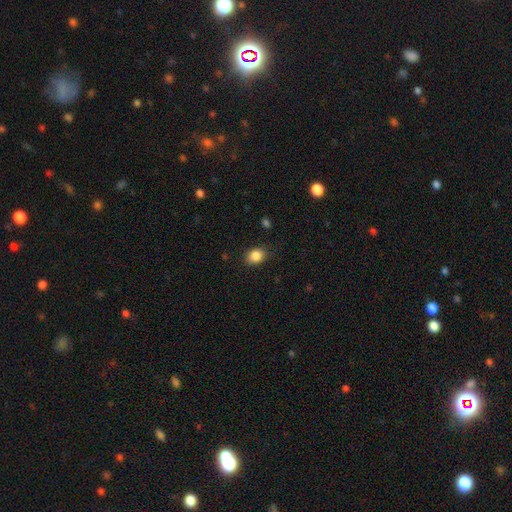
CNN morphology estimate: smooth_or_featured: smooth (p=0.86) [alt: star or artifact p=0.09]
how_rounded: in between (p=0.53) [alt: round p=0.46]
merging: none (p=0.85) [alt: minor disturbance p=0.11]